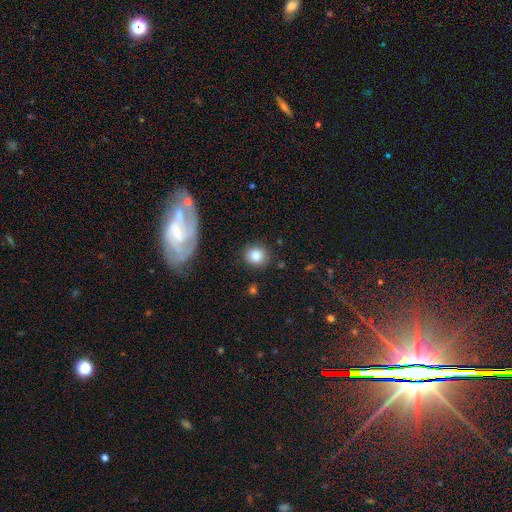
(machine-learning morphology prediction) Smooth or featured?
  - smooth: 83% *
  - star or artifact: 9%
  - featured or disk: 8%
How rounded?
  - round: 84% *
  - in between: 15%
  - cigar-shaped: 1%
Merging?
  - none: 86% *
  - minor disturbance: 9%
  - major disturbance: 3%
  - merger: 2%